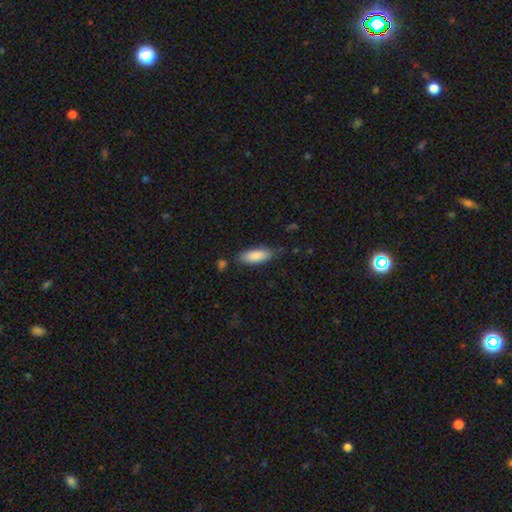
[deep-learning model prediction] This appears to be a smooth galaxy with no disk features (87%) that is in between round and cigar-shaped (72%). Merging: none (76%).